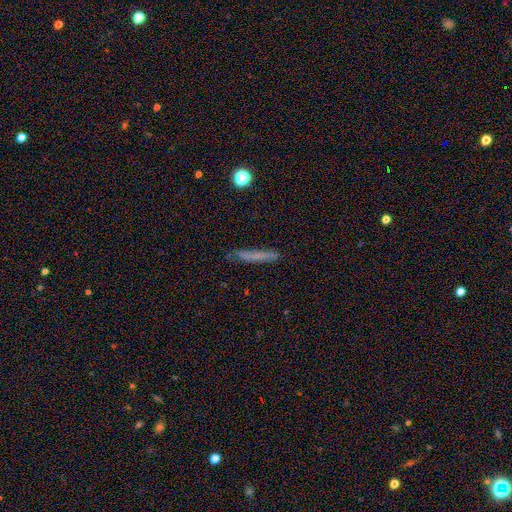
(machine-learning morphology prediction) type=smooth (65%); roundness=cigar-shaped (94%); merging=none (79%).